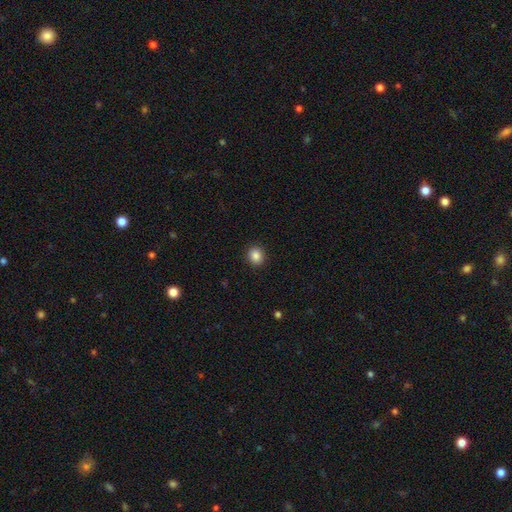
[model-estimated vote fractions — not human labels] Smooth or featured? smooth (86%)
How rounded? round (74%)
Merging? none (91%)